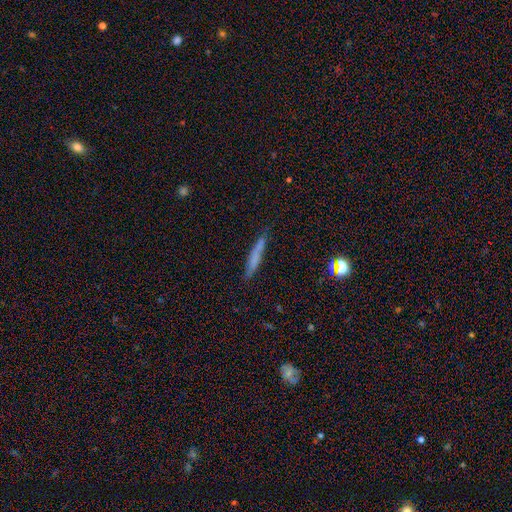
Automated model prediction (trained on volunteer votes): Overall: smooth (62%; featured or disk 27%). How rounded: cigar-shaped (93%). Merging: none (80%).